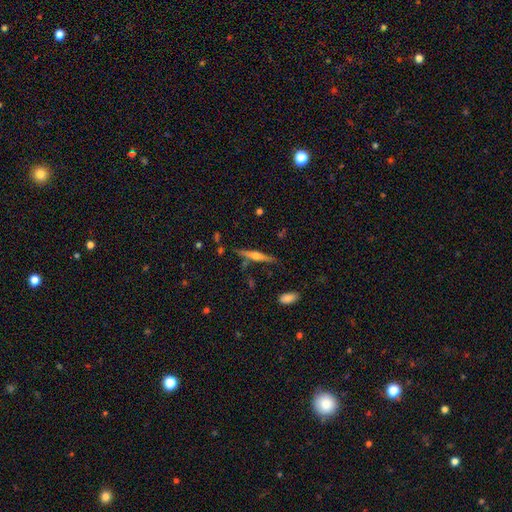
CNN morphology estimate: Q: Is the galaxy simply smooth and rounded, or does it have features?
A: featured or disk — 63%.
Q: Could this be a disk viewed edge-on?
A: yes — 97%.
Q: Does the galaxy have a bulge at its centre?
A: rounded — 87%.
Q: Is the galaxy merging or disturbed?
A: none — 82%.